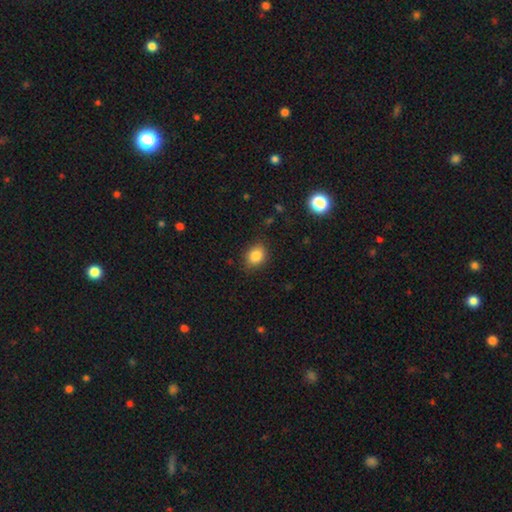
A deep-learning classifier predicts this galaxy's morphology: This appears to be a smooth galaxy with no disk features (85%) that is round (50%). Merging: none (84%).